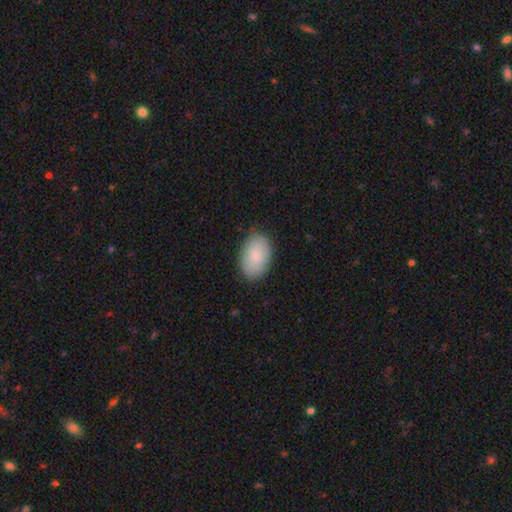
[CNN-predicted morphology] Smooth or featured? smooth (82%)
How rounded? in between (91%)
Merging? none (84%)